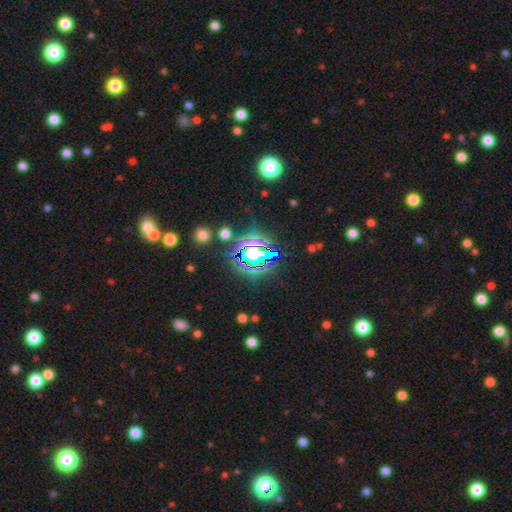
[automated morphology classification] Smooth or featured? star or artifact (67%)